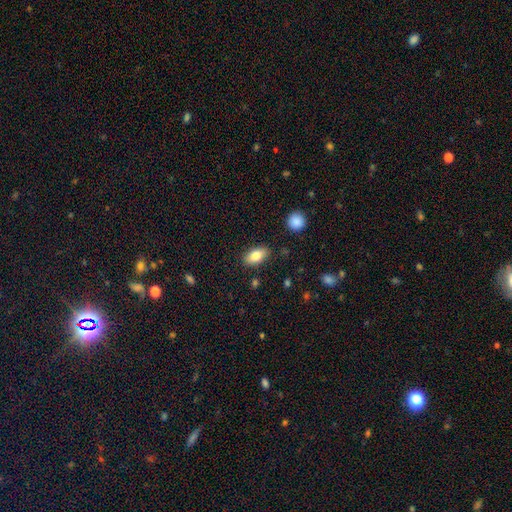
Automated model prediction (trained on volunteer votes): smooth_or_featured: smooth (p=0.81) [alt: featured or disk p=0.11]
how_rounded: in between (p=0.90) [alt: cigar-shaped p=0.06]
merging: none (p=0.85) [alt: minor disturbance p=0.10]